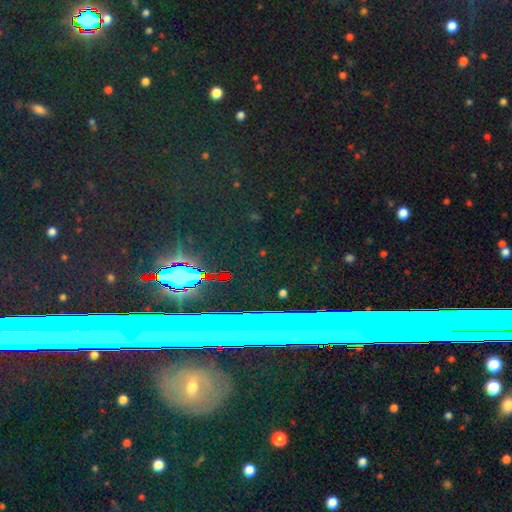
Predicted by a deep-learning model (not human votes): smooth-or-featured: star or artifact: 76% | featured or disk: 12% | smooth: 12%